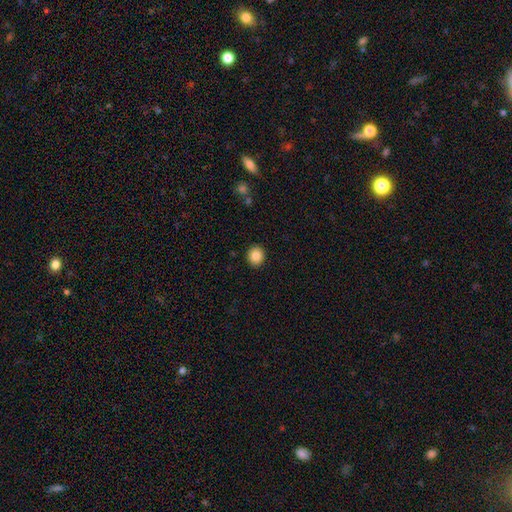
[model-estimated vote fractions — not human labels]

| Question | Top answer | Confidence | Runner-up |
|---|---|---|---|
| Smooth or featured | smooth | 85% | star or artifact (9%) |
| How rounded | round | 78% | in between (21%) |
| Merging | none | 92% | minor disturbance (6%) |